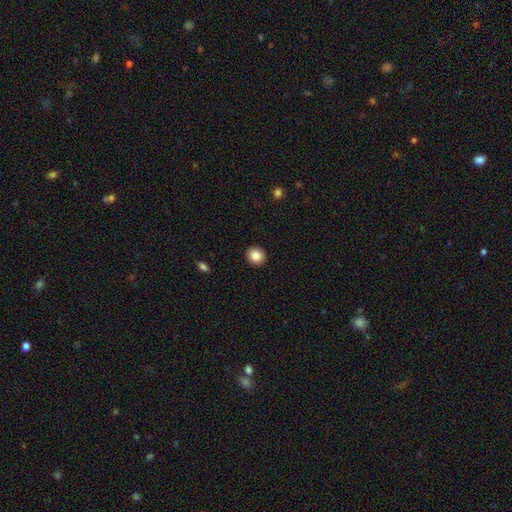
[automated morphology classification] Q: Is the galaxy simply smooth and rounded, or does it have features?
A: smooth — 84%.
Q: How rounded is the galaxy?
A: round — 82%.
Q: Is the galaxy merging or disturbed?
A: none — 92%.